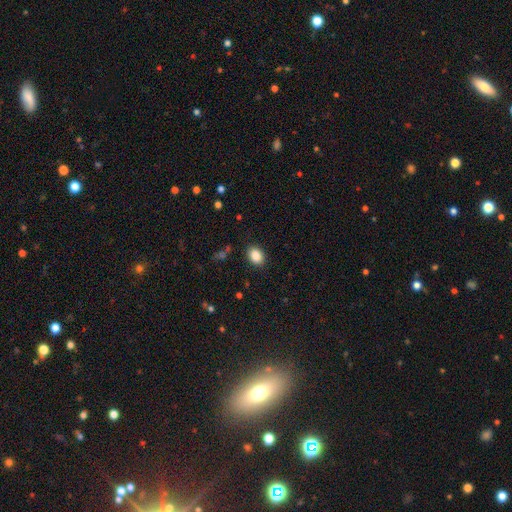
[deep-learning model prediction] The model was most divided on "how rounded": in between: 65%, round: 34%, cigar-shaped: 1%. More confident: merging — none (88%); smooth or featured — smooth (87%).